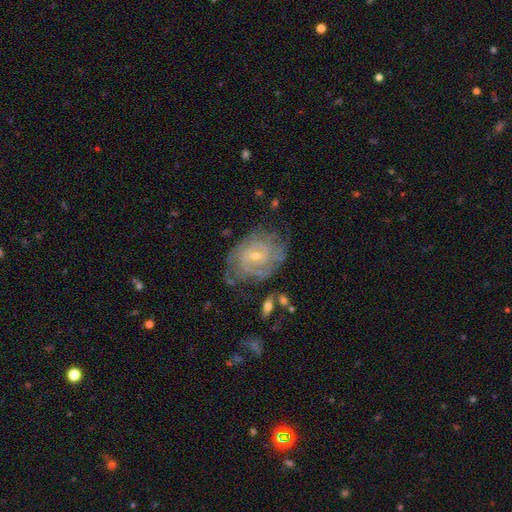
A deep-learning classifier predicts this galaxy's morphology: smooth-or-featured: featured or disk: 82% | smooth: 12% | star or artifact: 6%
  disk-edge-on: no: 97% | yes: 3%
    bar: no: 58% | weak: 35% | strong: 6%
    has-spiral-arms: yes: 91% | no: 9%
      spiral-winding: tight: 68% | medium: 26% | loose: 7%
      spiral-arm-count: can't tell: 43% | 2: 26% | 3: 13% | 4: 8% | 1: 5% | more than 4: 5%
    bulge-size: small: 69% | moderate: 27% | none: 1% | large: 1% | dominant: 1%
  merging: none: 63% | minor disturbance: 23% | major disturbance: 11% | merger: 3%